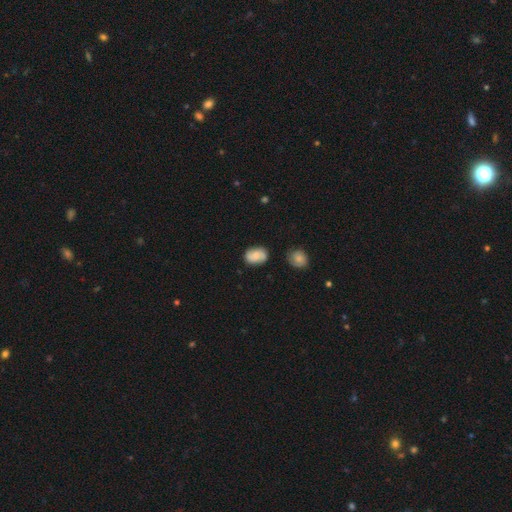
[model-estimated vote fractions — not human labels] A smooth galaxy with no disk features (66%) that is in between round and cigar-shaped (77%). Merging: none (73%).